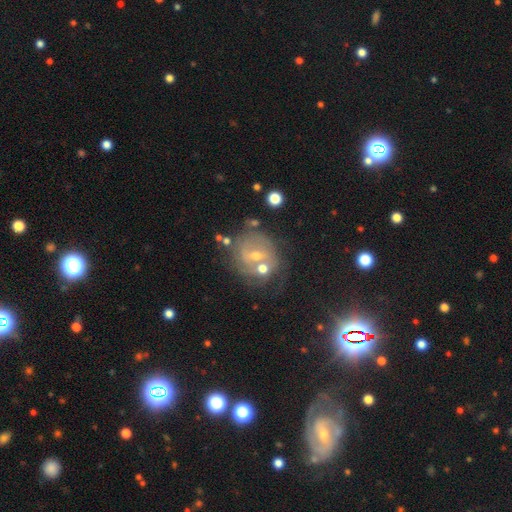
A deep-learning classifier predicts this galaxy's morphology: smooth_or_featured: featured or disk (p=0.61) [alt: smooth p=0.21]
disk_edge_on: no (p=0.96) [alt: yes p=0.04]
bar: weak (p=0.44) [alt: no p=0.39]
has_spiral_arms: yes (p=0.72) [alt: no p=0.28]
bulge_size: small (p=0.49) [alt: moderate p=0.46]
merging: none (p=0.54) [alt: merger p=0.23]